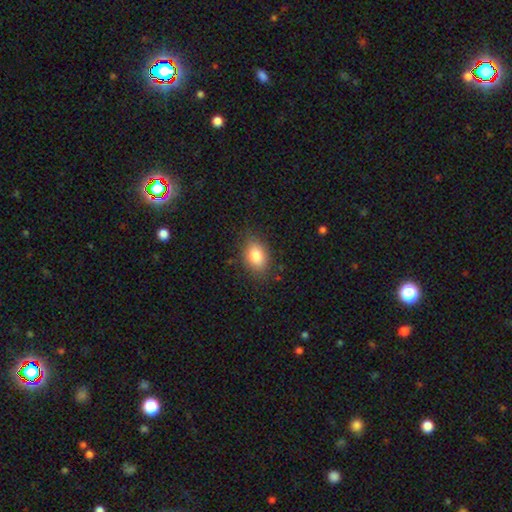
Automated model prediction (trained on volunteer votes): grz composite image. It shows a smooth galaxy with no disk features (83%) that is in between round and cigar-shaped (82%). Merging: none (81%).